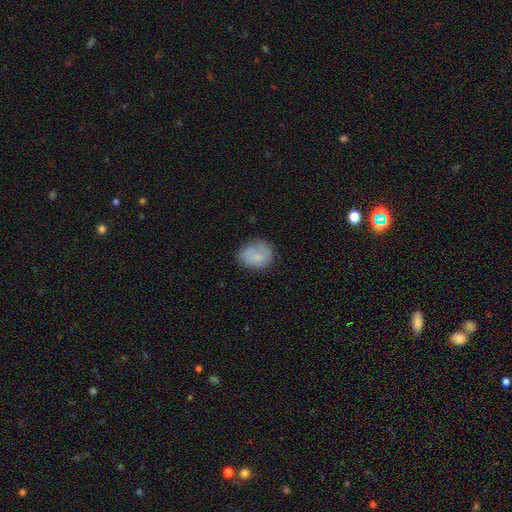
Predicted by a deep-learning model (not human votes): Overall: smooth (70%). How rounded: round (60%; in between 39%). Merging: none (61%; minor disturbance 26%).